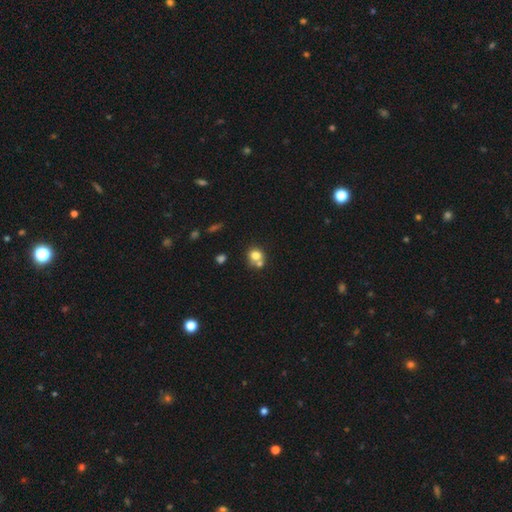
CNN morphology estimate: smooth_or_featured: smooth (p=0.75) [alt: featured or disk p=0.14]
how_rounded: round (p=0.77) [alt: in between p=0.22]
merging: none (p=0.45) [alt: merger p=0.43]